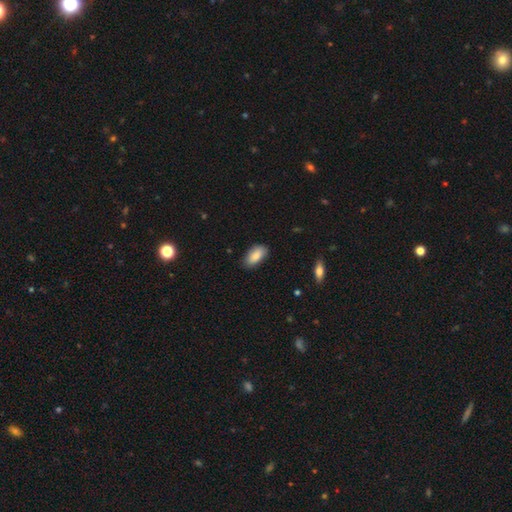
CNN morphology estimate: This appears to be a smooth galaxy with no disk features (88%) that is in between round and cigar-shaped (92%). Merging: none (81%).